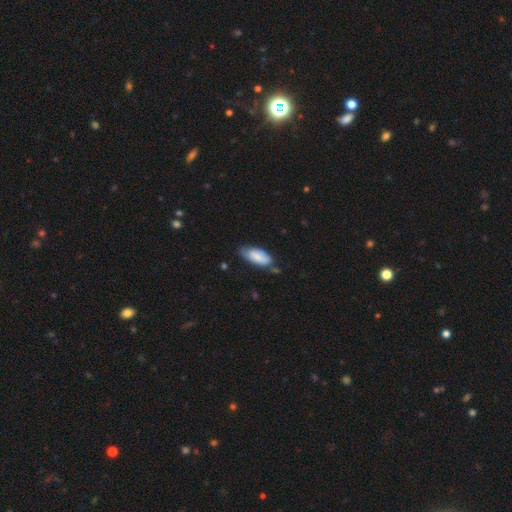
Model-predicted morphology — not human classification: The model was most divided on "merging": none: 53%, minor disturbance: 35%, major disturbance: 7%, merger: 4%. More confident: how rounded — in between (85%); smooth or featured — smooth (76%).